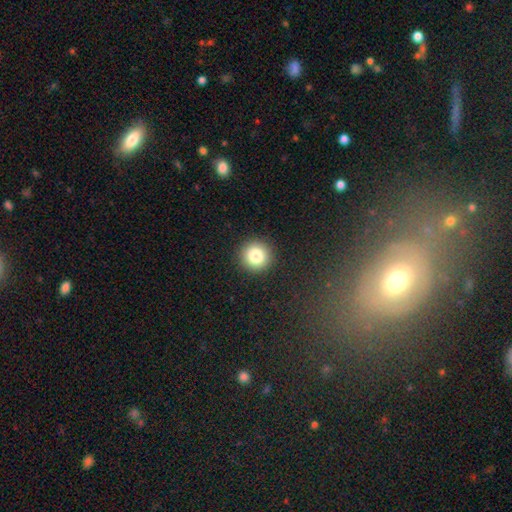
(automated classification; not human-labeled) Smooth or featured? Predicted: smooth (p=0.83). How rounded? Predicted: round (p=0.95). Merging? Predicted: none (p=0.92).